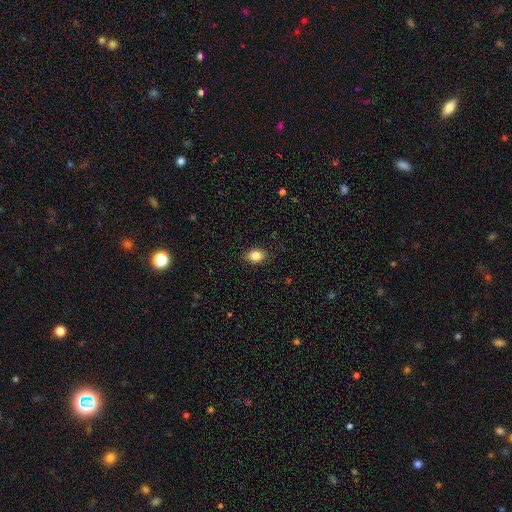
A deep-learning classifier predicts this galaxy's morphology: Overall: smooth (85%). How rounded: in between (71%). Merging: none (88%).